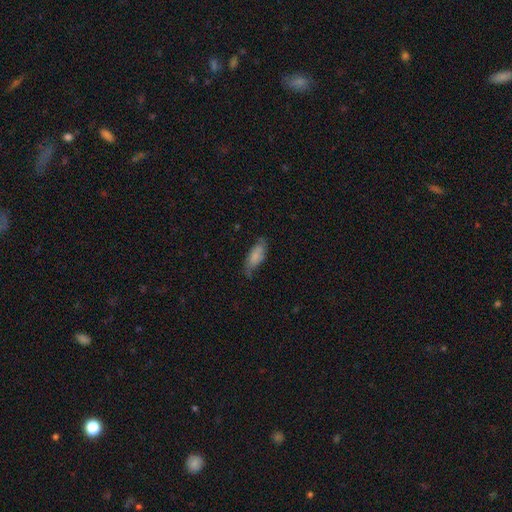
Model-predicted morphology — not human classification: A smooth galaxy with no disk features (68%) that is in between round and cigar-shaped (77%).

Vote fractions:
- Smooth or featured? smooth: 68% / featured or disk: 25% / star or artifact: 7%
- How rounded? in between: 77% / cigar-shaped: 21% / round: 2%
- Merging? none: 56% / minor disturbance: 32% / major disturbance: 10% / merger: 2%